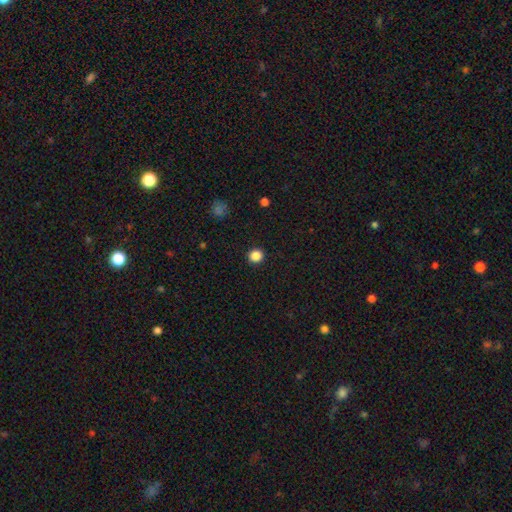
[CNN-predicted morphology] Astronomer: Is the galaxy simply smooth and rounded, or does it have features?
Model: smooth — 86%.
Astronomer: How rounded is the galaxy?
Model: round — 93%.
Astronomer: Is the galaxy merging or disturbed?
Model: none — 93%.